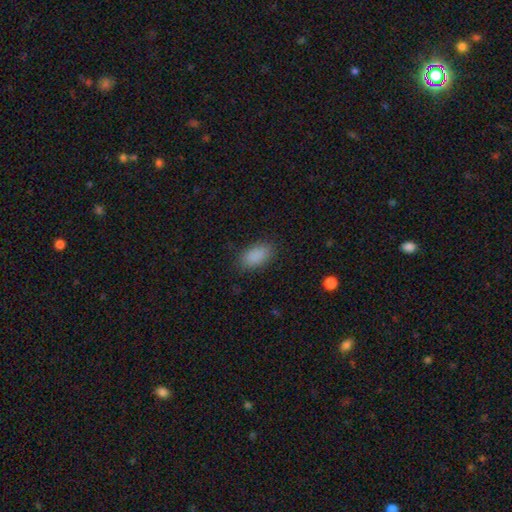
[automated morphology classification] Smooth or featured: smooth — 88% (star or artifact — 9%)
How rounded: in between — 92% (round — 5%)
Merging: none — 84% (minor disturbance — 12%)